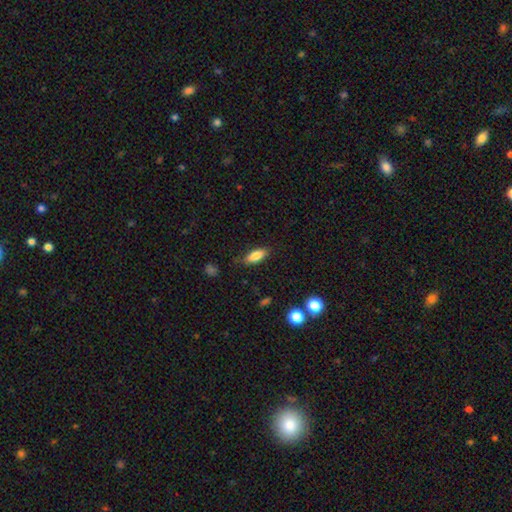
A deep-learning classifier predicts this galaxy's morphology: A smooth galaxy with no disk features (80%) that is in between round and cigar-shaped (72%).

Vote fractions:
- Smooth or featured? smooth: 80% / featured or disk: 12% / star or artifact: 8%
- How rounded? in between: 72% / cigar-shaped: 25% / round: 3%
- Merging? none: 80% / minor disturbance: 15% / major disturbance: 3% / merger: 2%